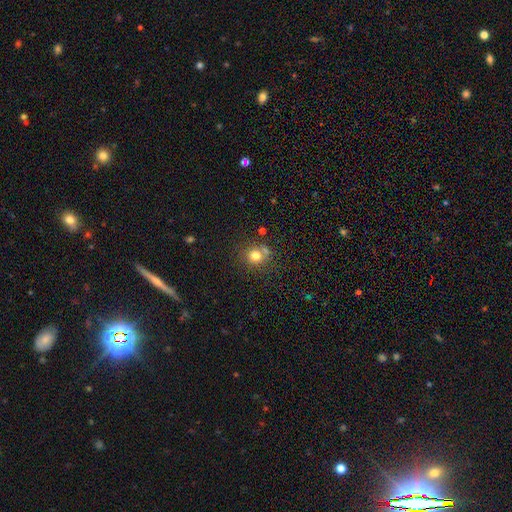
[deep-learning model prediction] This appears to be a smooth galaxy with no disk features (76%) that is round (85%). Merging: none (65%).